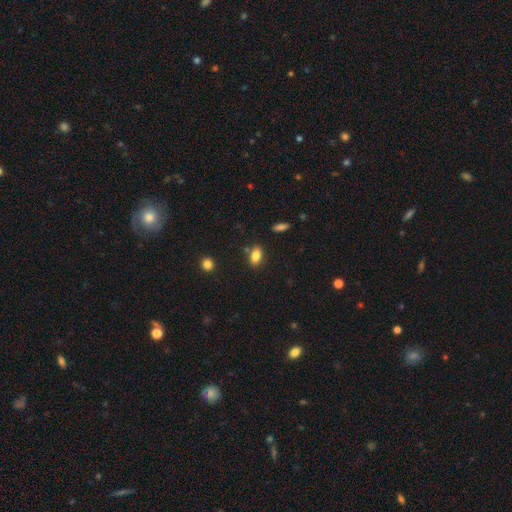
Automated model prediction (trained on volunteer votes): smooth-or-featured: smooth: 83% | star or artifact: 9% | featured or disk: 8%
  how-rounded: in between: 86% | round: 9% | cigar-shaped: 5%
  merging: none: 81% | minor disturbance: 11% | merger: 5% | major disturbance: 3%